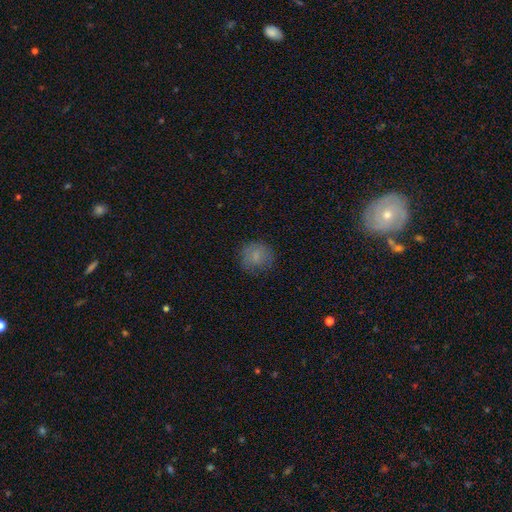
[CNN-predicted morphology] The model was most divided on "merging": none: 77%, minor disturbance: 16%, major disturbance: 5%, merger: 1%. More confident: how rounded — round (85%); smooth or featured — smooth (80%).